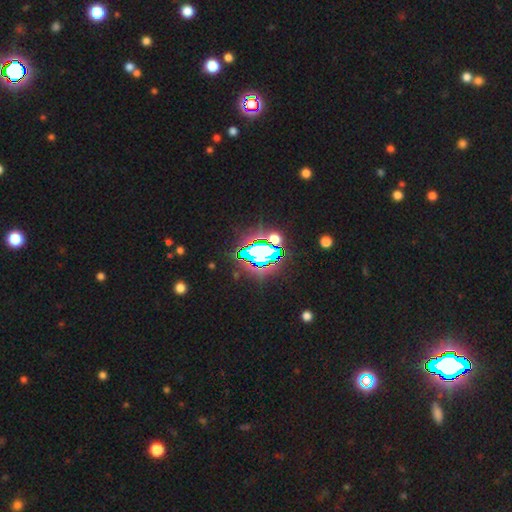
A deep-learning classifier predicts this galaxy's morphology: star or artifact 80%, smooth 11%, featured or disk 8%.